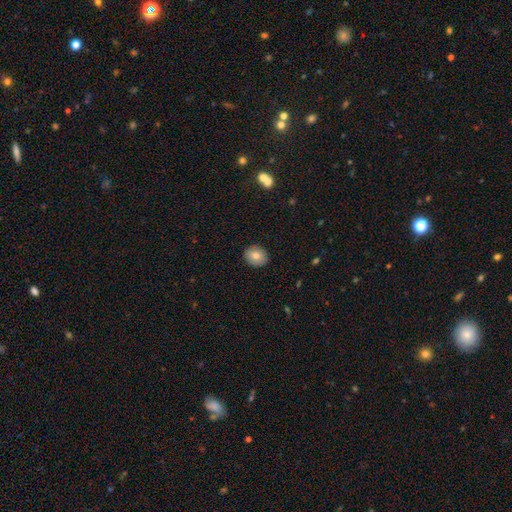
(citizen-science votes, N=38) Volunteers were most divided on "how rounded": round: 69%, in between: 31%, cigar-shaped: 0%. More confident: merging — none (94%); smooth or featured — smooth (68%).